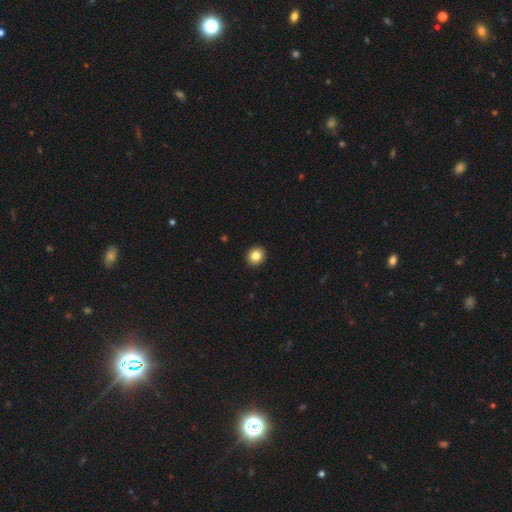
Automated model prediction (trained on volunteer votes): Overall: smooth (84%). How rounded: round (81%). Merging: none (93%).